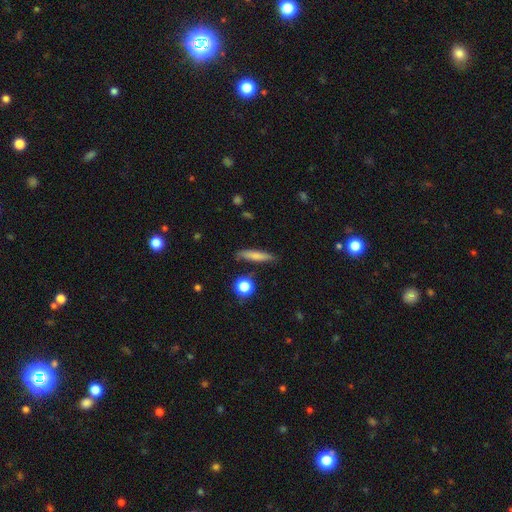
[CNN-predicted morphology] A smooth galaxy with no disk features (73%) that is cigar-shaped (86%).

Vote fractions:
- Smooth or featured? smooth: 73% / featured or disk: 19% / star or artifact: 8%
- How rounded? cigar-shaped: 86% / in between: 11% / round: 3%
- Merging? none: 82% / minor disturbance: 12% / major disturbance: 3% / merger: 3%